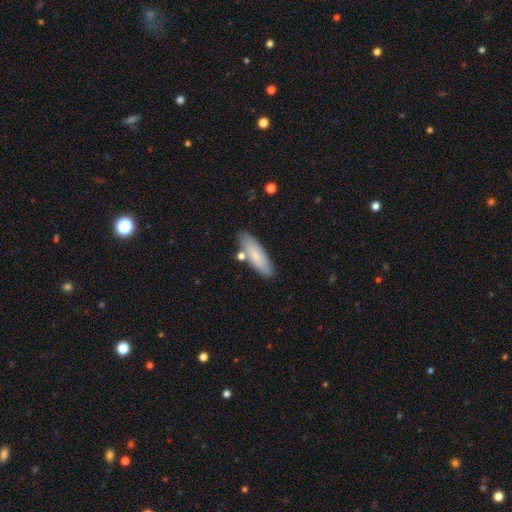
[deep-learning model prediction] This appears to be a smooth galaxy with no disk features (75%) that is in between round and cigar-shaped (50%). Merging: none (77%).